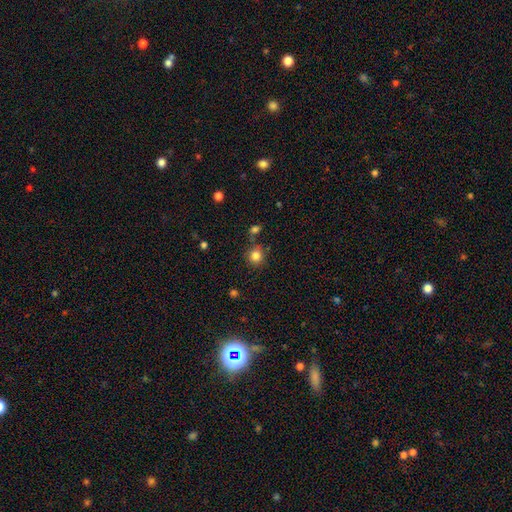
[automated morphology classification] Smooth or featured? Predicted: smooth (p=0.83). How rounded? Predicted: round (p=0.89). Merging? Predicted: none (p=0.77).